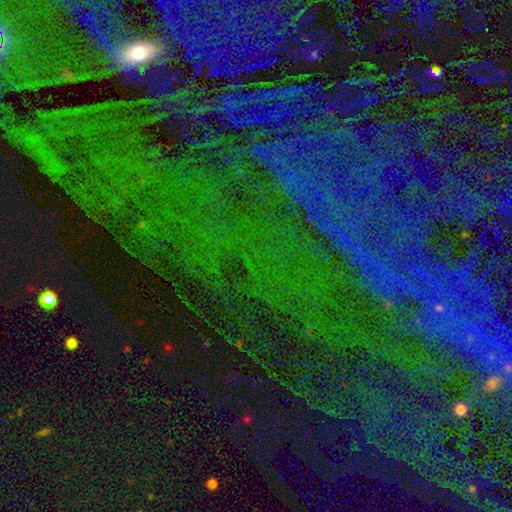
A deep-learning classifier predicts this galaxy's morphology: A star or artifact, not a galaxy (81%).

Vote fractions:
- Smooth or featured? star or artifact: 81% / featured or disk: 10% / smooth: 9%